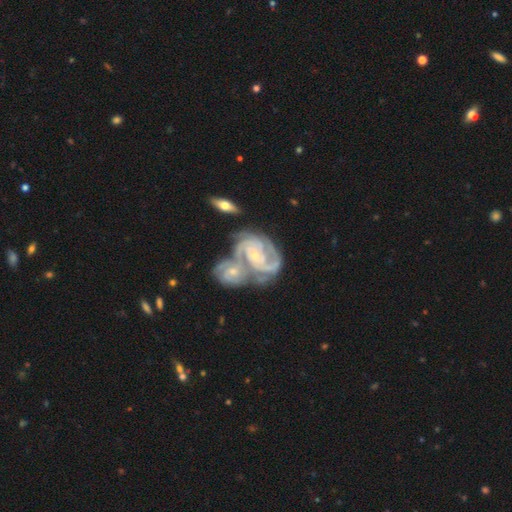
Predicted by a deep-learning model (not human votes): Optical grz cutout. It shows a featured or disk galaxy (90%) with no bar (63%), 2 (33%) tight (63%) spiral arms (98%) and a small central bulge (75%). Merging: merger (58%).